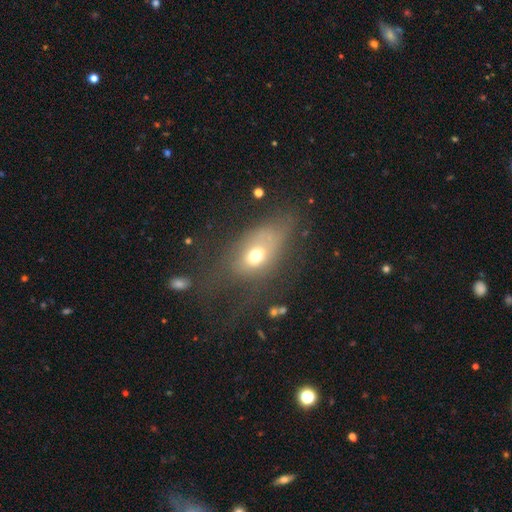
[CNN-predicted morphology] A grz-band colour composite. It shows a smooth galaxy with no disk features (62%) that is in between round and cigar-shaped (68%). Merging: none (42%).